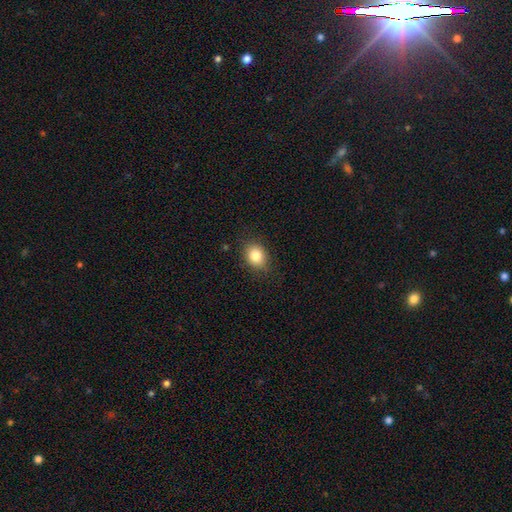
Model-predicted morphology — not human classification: Smooth or featured?
  - smooth: 82% *
  - star or artifact: 10%
  - featured or disk: 8%
How rounded?
  - round: 51% *
  - in between: 48%
  - cigar-shaped: 1%
Merging?
  - none: 85% *
  - minor disturbance: 11%
  - major disturbance: 3%
  - merger: 1%